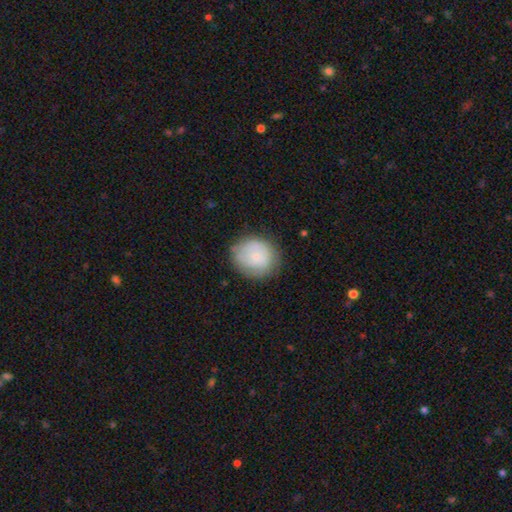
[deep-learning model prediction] This is likely a smooth galaxy (69%). How rounded: likely round (77%). Merging: likely none (76%).